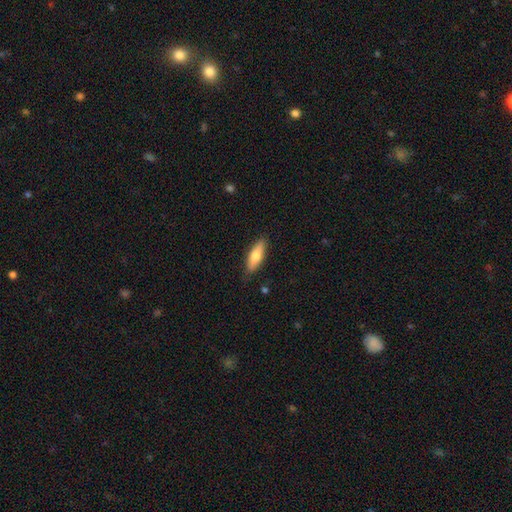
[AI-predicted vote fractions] smooth-or-featured: smooth: 71% | featured or disk: 23% | star or artifact: 6%
  how-rounded: in between: 56% | cigar-shaped: 42% | round: 2%
  merging: none: 85% | minor disturbance: 12% | major disturbance: 2% | merger: 1%